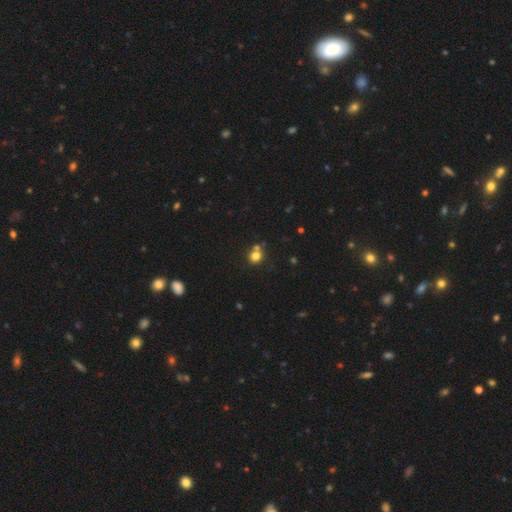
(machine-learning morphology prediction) Smooth or featured?
  - smooth: 78% *
  - star or artifact: 15%
  - featured or disk: 7%
How rounded?
  - round: 88% *
  - in between: 12%
  - cigar-shaped: 1%
Merging?
  - none: 66% *
  - merger: 21%
  - minor disturbance: 9%
  - major disturbance: 3%